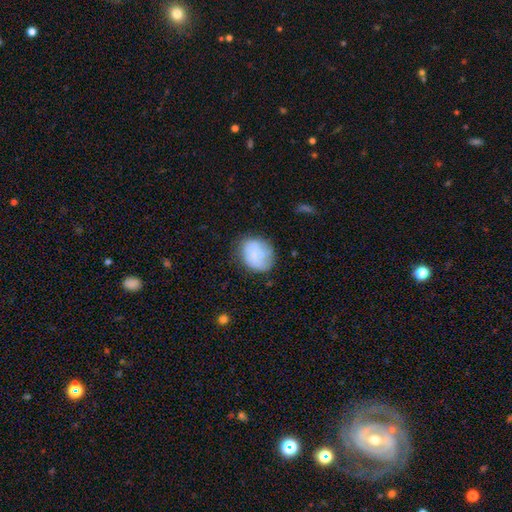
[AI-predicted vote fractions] Smooth or featured? smooth (67%)
How rounded? round (53%)
Merging? none (62%)